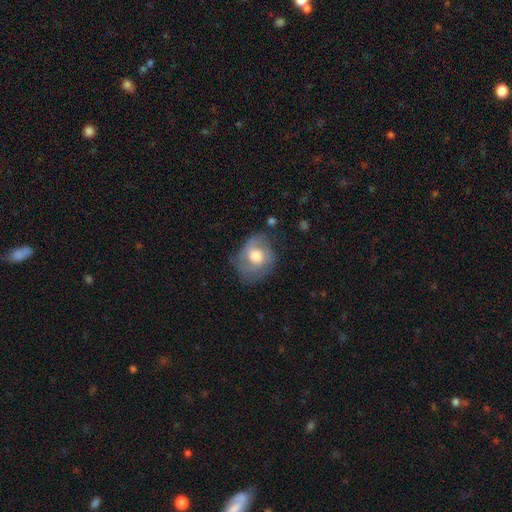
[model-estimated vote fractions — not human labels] Smooth or featured? Predicted: featured or disk (p=0.49). Merging? Predicted: none (p=0.54).